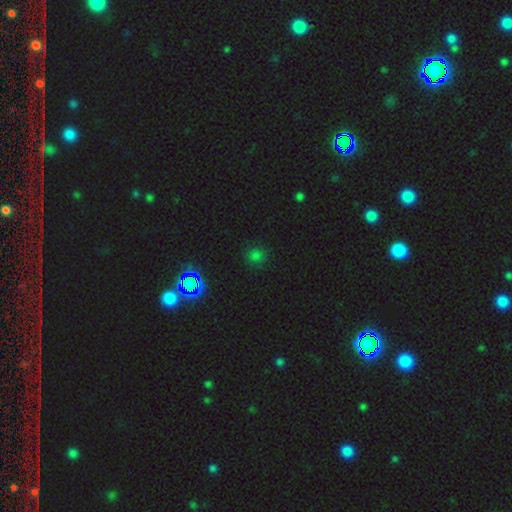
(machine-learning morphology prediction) smooth_or_featured: smooth (p=0.67) [alt: star or artifact p=0.28]
how_rounded: round (p=0.89) [alt: in between p=0.10]
merging: none (p=0.87) [alt: minor disturbance p=0.08]